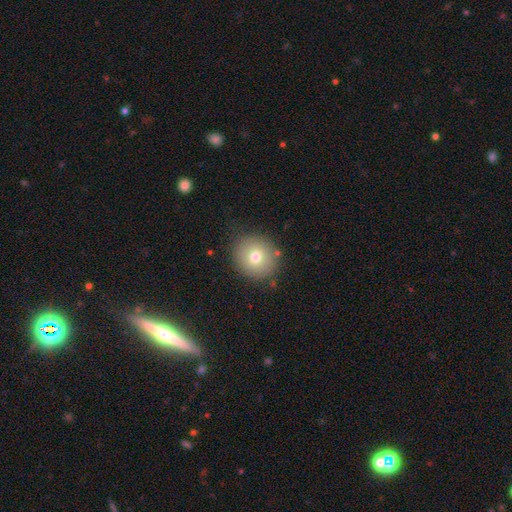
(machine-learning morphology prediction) This is likely a smooth galaxy (74%). How rounded: clearly round (86%). Merging: clearly none (85%).